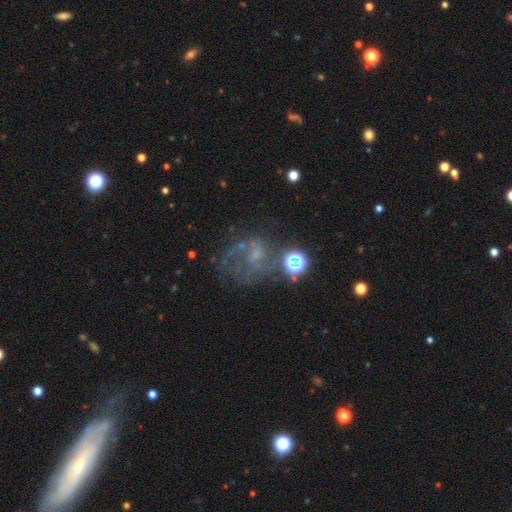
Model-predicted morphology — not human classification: The model was most divided on "bulge size": none: 41%, small: 34%, moderate: 20%, large: 3%, dominant: 1%. Remaining: edge-on disk — no (98%); bar — no (68%); spiral arms — yes (64%); smooth or featured — featured or disk (57%); merging — none (43%).